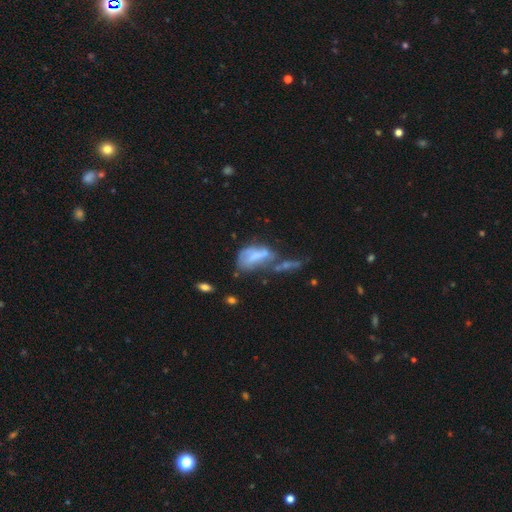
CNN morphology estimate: Smooth or featured: smooth — 46% (featured or disk — 43%)
Merging: major disturbance — 32% (merger — 29%)